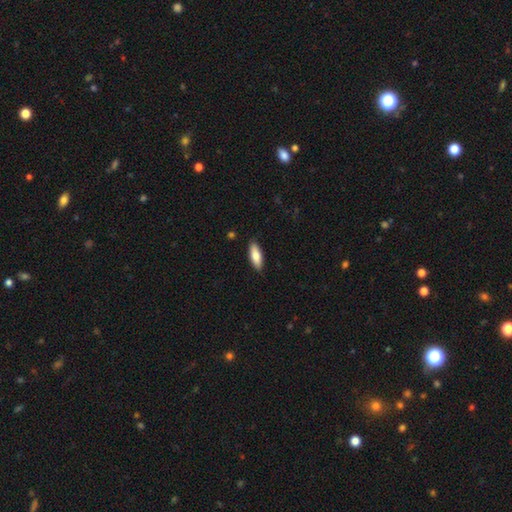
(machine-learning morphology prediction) Smooth or featured? Predicted: smooth (p=0.79). How rounded? Predicted: in between (p=0.67). Merging? Predicted: none (p=0.88).